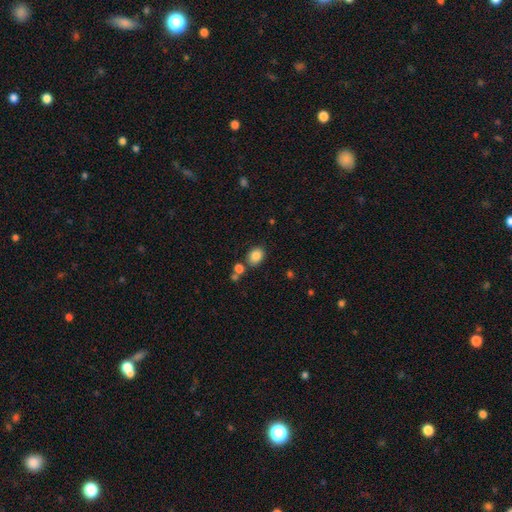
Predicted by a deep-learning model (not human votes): This appears to be a smooth galaxy with no disk features (86%) that is in between round and cigar-shaped (65%). Merging: none (73%).